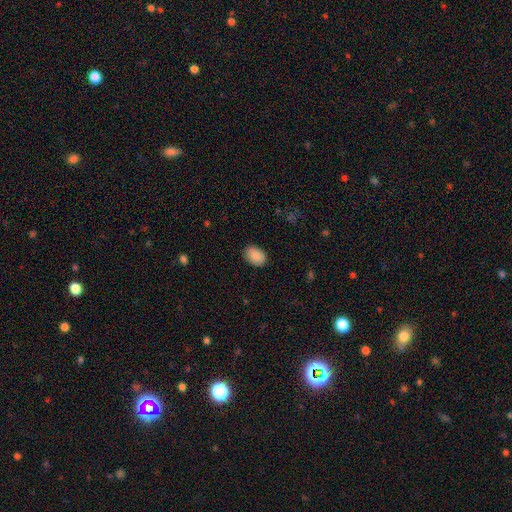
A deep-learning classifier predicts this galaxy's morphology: Overall: smooth (90%). How rounded: in between (83%). Merging: none (86%).